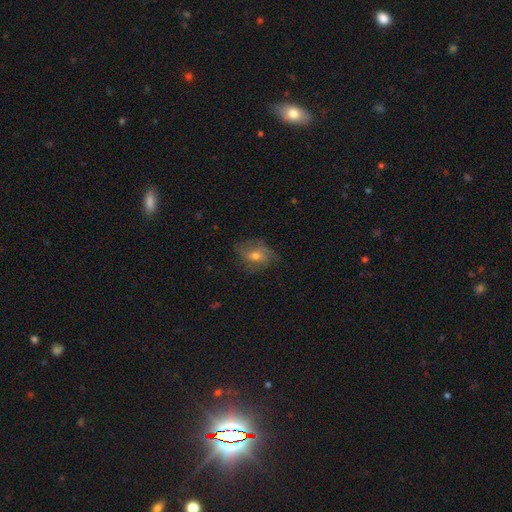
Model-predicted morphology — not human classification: smooth-or-featured: featured or disk: 50% | smooth: 38% | star or artifact: 12%
  disk-edge-on: no: 94% | yes: 6%
  merging: none: 62% | minor disturbance: 24% | major disturbance: 13% | merger: 1%